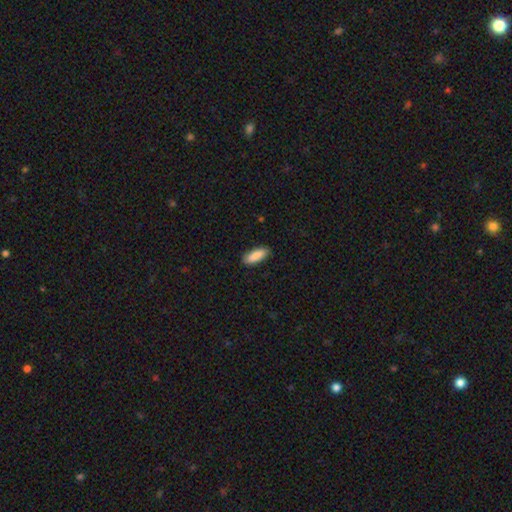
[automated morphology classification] Q: Smooth or featured?
A: smooth (89%); runner-up: star or artifact (6%)
Q: How rounded?
A: in between (67%); runner-up: cigar-shaped (31%)
Q: Merging?
A: none (87%); runner-up: minor disturbance (10%)